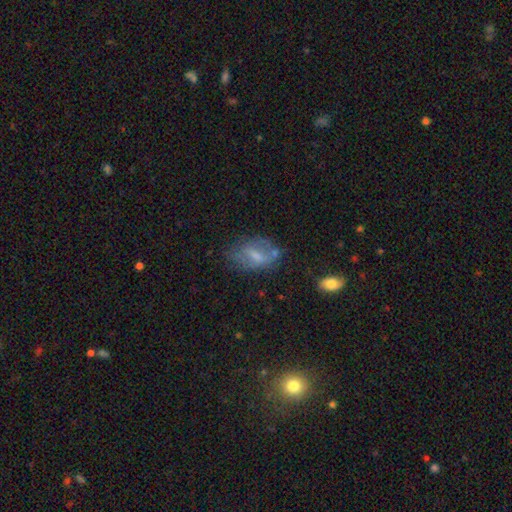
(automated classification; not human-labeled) A smooth galaxy with no disk features (50%) that is in between round and cigar-shaped (84%). Merging: none (45%).